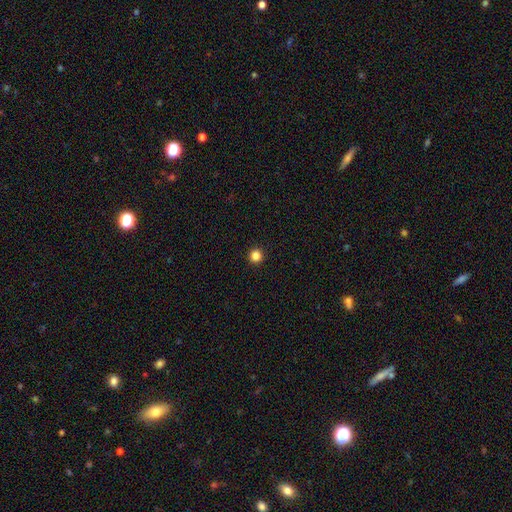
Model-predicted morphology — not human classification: Smooth or featured: smooth — 84% (star or artifact — 13%)
How rounded: round — 96% (in between — 4%)
Merging: none — 94% (minor disturbance — 4%)